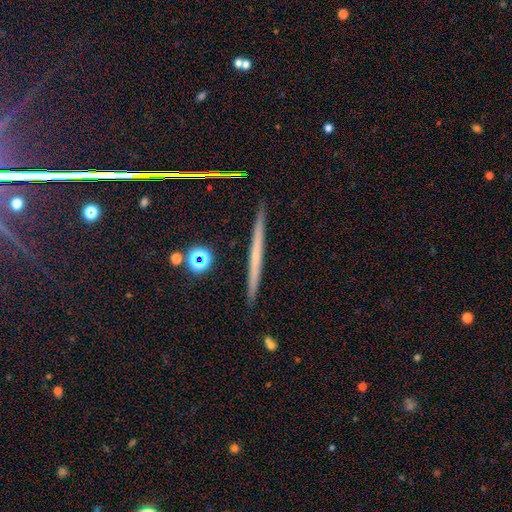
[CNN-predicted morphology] Smooth or featured? featured or disk (54%)
Edge-on disk? yes (97%)
Edge-on bulge? none (84%)
Merging? none (92%)